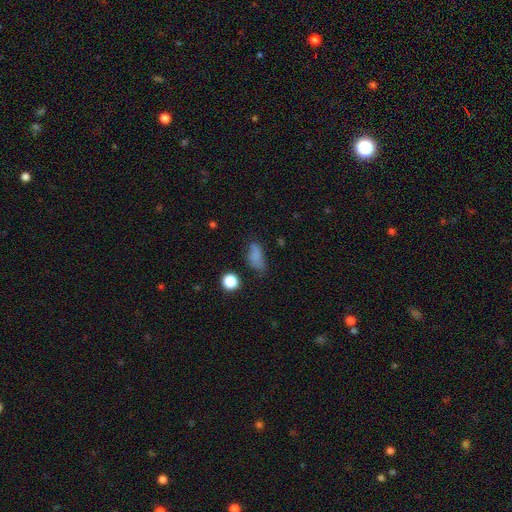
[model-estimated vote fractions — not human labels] Smooth or featured? smooth (74%)
How rounded? in between (81%)
Merging? none (49%)